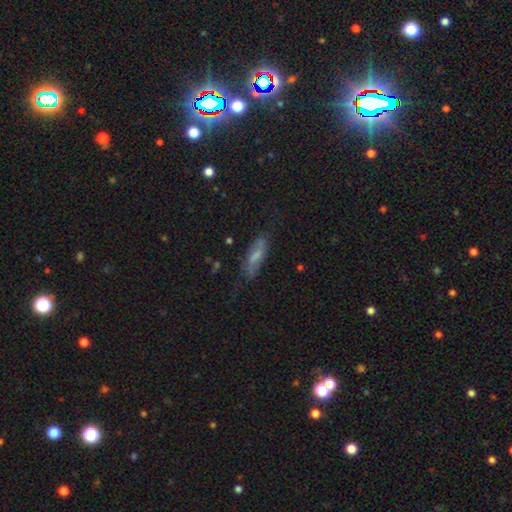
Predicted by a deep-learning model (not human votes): Smooth or featured: smooth — 53% (featured or disk — 38%)
How rounded: in between — 52% (cigar-shaped — 45%)
Merging: none — 65% (minor disturbance — 23%)